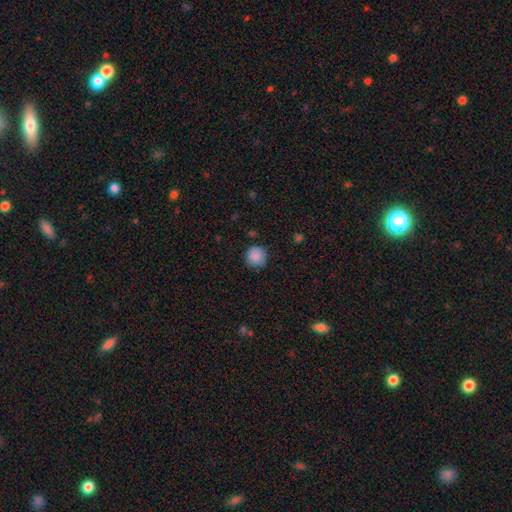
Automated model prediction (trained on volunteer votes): This is clearly a smooth galaxy (87%). How rounded: clearly round (92%). Merging: clearly none (81%).